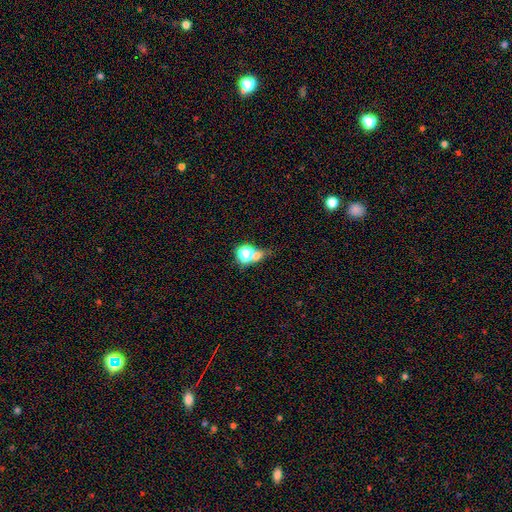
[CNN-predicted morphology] Smooth or featured: smooth — 56% (star or artifact — 33%)
How rounded: round — 68% (in between — 28%)
Merging: none — 50% (merger — 30%)